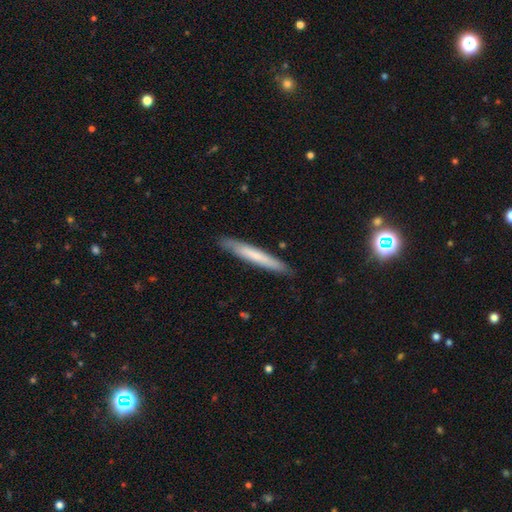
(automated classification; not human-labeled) smooth_or_featured: smooth (p=0.59) [alt: featured or disk p=0.35]
how_rounded: cigar-shaped (p=0.95) [alt: in between p=0.04]
merging: none (p=0.88) [alt: minor disturbance p=0.10]